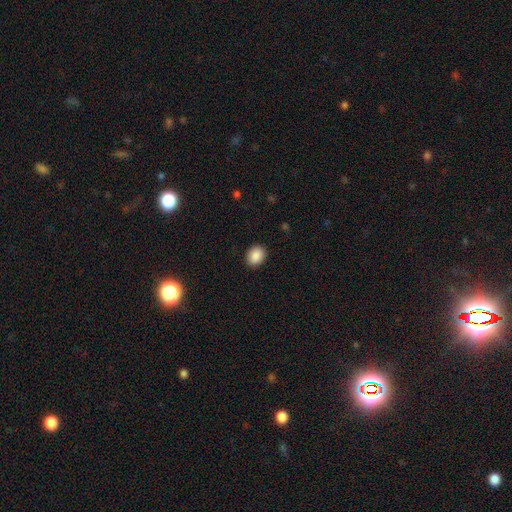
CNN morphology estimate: Smooth or featured? Predicted: smooth (p=0.89). How rounded? Predicted: in between (p=0.53). Merging? Predicted: none (p=0.90).